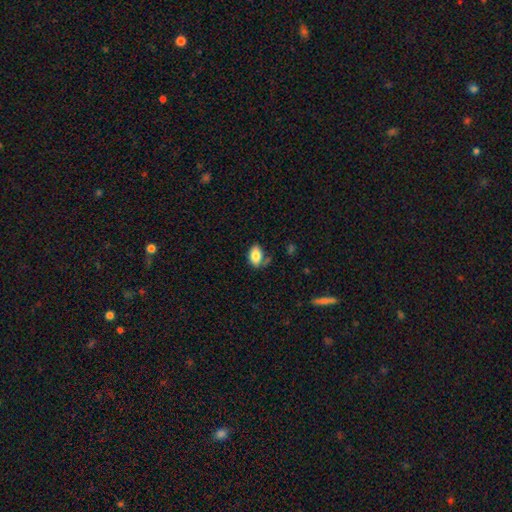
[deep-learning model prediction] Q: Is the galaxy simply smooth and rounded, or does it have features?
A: smooth — 83%.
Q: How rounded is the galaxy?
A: in between — 91%.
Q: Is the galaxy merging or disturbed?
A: none — 65%.